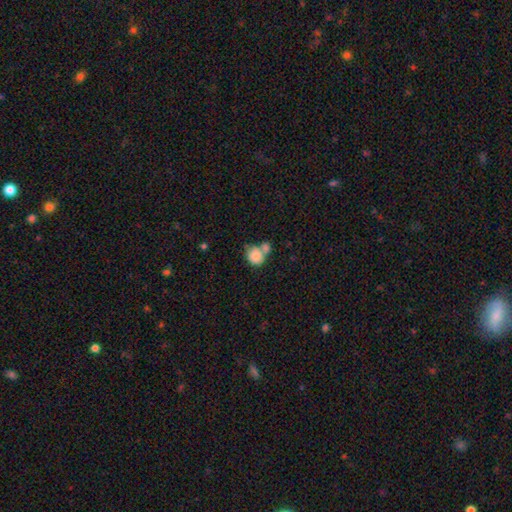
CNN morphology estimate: smooth_or_featured: smooth (p=0.81) [alt: featured or disk p=0.11]
how_rounded: round (p=0.75) [alt: in between p=0.24]
merging: merger (p=0.51) [alt: none p=0.32]